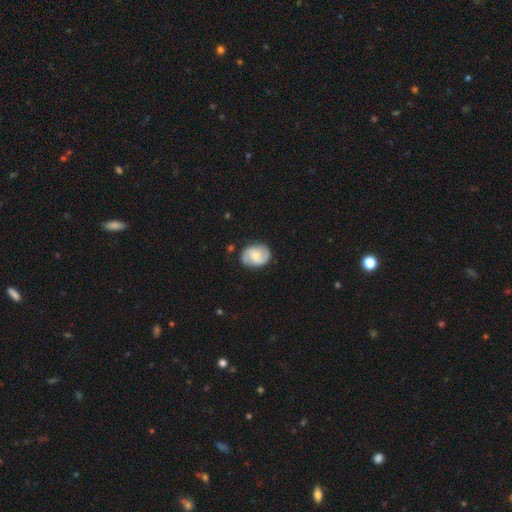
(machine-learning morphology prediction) Smooth or featured? Predicted: featured or disk (p=0.68). Edge-on disk? Predicted: no (p=0.98). Bar? Predicted: no (p=0.52). Spiral arms? Predicted: yes (p=0.93). Spiral winding? Predicted: medium (p=0.46). Spiral arm count? Predicted: 2 (p=0.85). Bulge size? Predicted: small (p=0.44). Merging? Predicted: none (p=0.78).